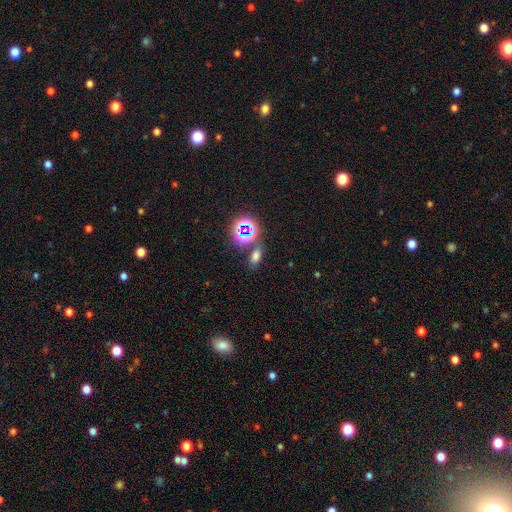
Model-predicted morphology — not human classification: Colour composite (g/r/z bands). It shows a smooth galaxy with no disk features (61%) that is in between round and cigar-shaped (80%). Merging: none (71%).